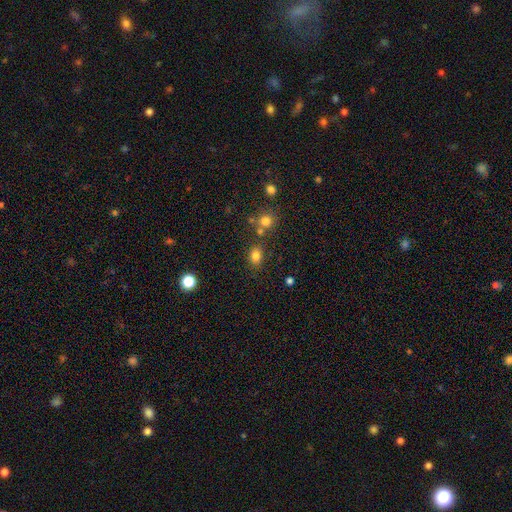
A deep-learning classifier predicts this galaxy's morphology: Smooth or featured: smooth — 80% (star or artifact — 13%)
How rounded: in between — 57% (round — 42%)
Merging: none — 74% (minor disturbance — 12%)